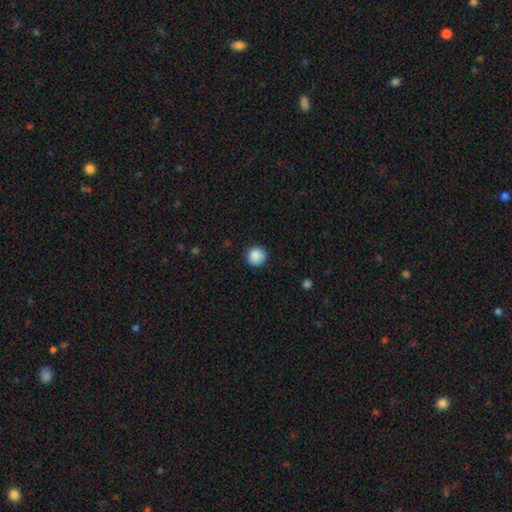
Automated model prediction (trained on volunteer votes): Smooth or featured?
  - smooth: 88% *
  - star or artifact: 9%
  - featured or disk: 3%
How rounded?
  - round: 94% *
  - in between: 5%
  - cigar-shaped: 1%
Merging?
  - none: 90% *
  - minor disturbance: 7%
  - major disturbance: 2%
  - merger: 1%